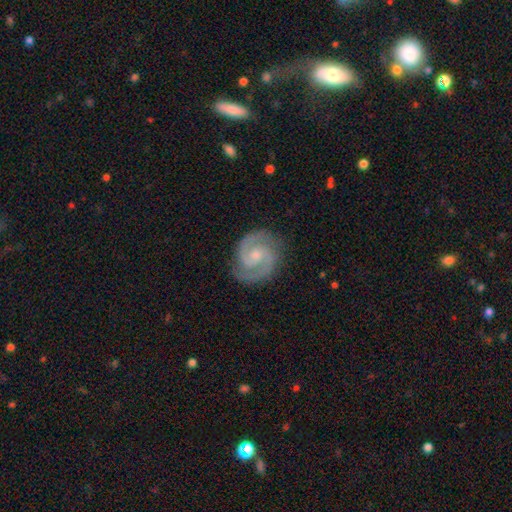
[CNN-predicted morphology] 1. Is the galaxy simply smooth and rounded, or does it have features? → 91% featured or disk, 5% smooth, 4% star or artifact.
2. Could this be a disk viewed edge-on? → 98% no, 2% yes.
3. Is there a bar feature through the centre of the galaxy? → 52% no, 41% weak, 8% strong.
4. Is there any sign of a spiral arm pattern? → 98% yes, 2% no.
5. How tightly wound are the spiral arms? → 49% tight, 46% medium, 5% loose.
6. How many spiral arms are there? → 93% 2, 2% 3, 2% can't tell, 1% 1, 1% 4, 1% more than 4.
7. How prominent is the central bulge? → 48% small, 40% moderate, 9% none, 2% large, 1% dominant.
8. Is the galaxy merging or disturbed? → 84% none, 12% minor disturbance, 3% major disturbance, 1% merger.